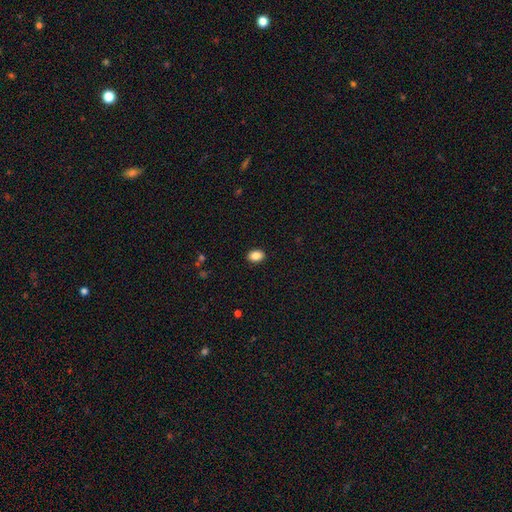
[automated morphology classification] Q: Smooth or featured?
A: smooth (86%); runner-up: star or artifact (9%)
Q: How rounded?
A: in between (73%); runner-up: round (26%)
Q: Merging?
A: none (90%); runner-up: minor disturbance (7%)